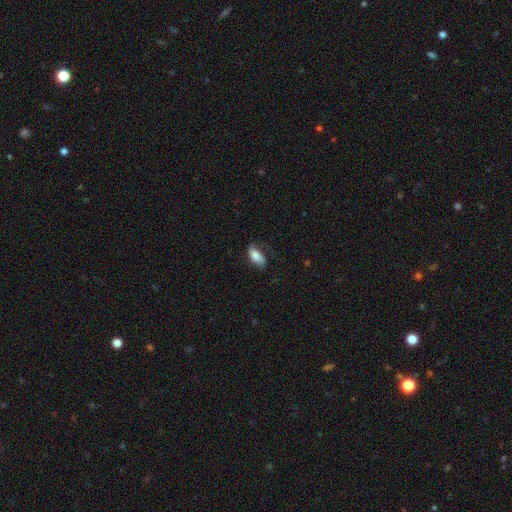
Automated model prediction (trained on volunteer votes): Q: Smooth or featured?
A: smooth (77%); runner-up: featured or disk (16%)
Q: How rounded?
A: in between (89%); runner-up: cigar-shaped (8%)
Q: Merging?
A: none (63%); runner-up: minor disturbance (26%)